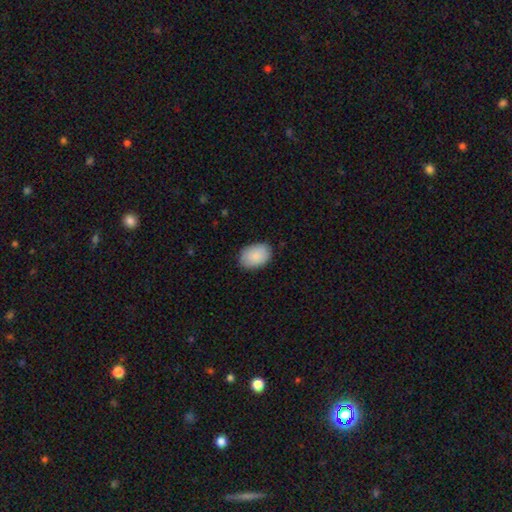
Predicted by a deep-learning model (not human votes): This is clearly a smooth galaxy (88%). How rounded: clearly in between (85%). Merging: clearly none (85%).